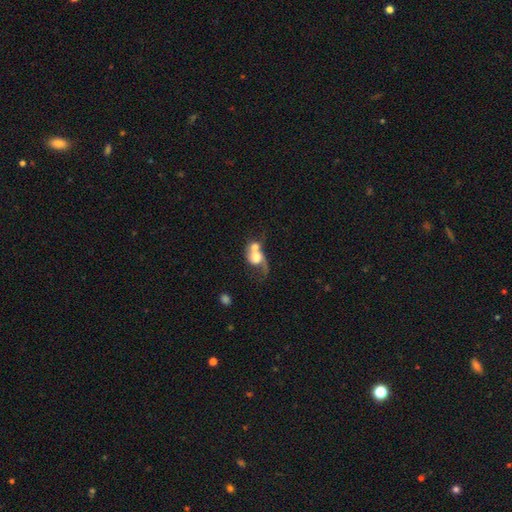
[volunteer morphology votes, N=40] Smooth or featured? smooth (68%)
How rounded? round (59%)
Merging? merger (70%)